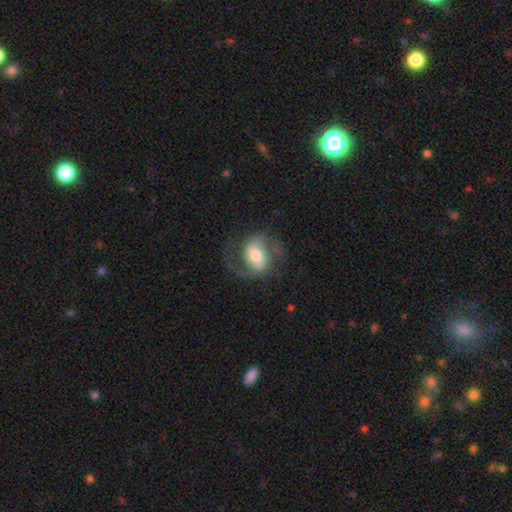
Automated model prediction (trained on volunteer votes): This appears to be a featured or disk galaxy (77%) with a weak bar (43%), 2 (85%) medium (50%) spiral arms (93%) and a moderate central bulge (64%). Merging: none (63%).